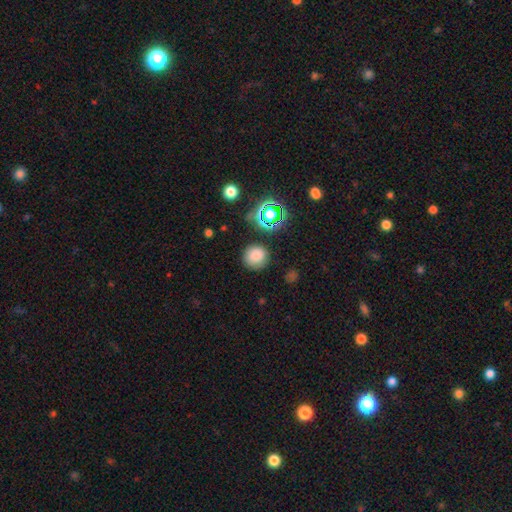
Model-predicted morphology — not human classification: Q: Smooth or featured?
A: smooth (76%); runner-up: star or artifact (17%)
Q: How rounded?
A: round (90%); runner-up: in between (9%)
Q: Merging?
A: none (82%); runner-up: minor disturbance (12%)